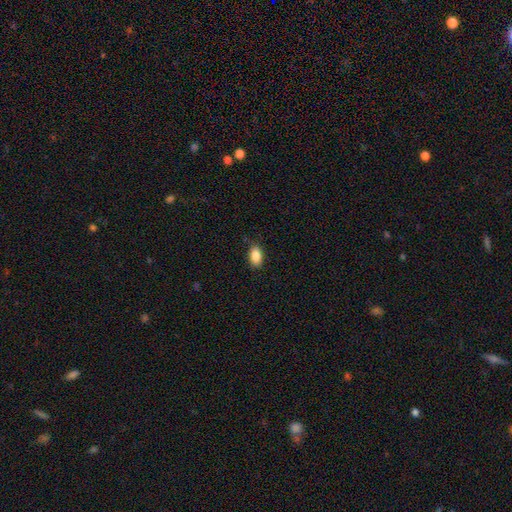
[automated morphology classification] type=smooth (88%); roundness=in between (91%); merging=none (84%).